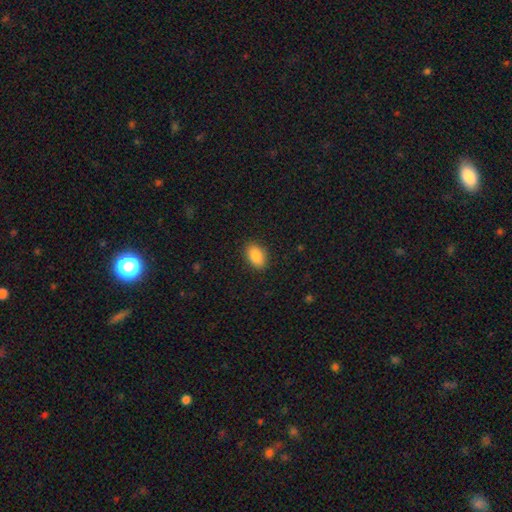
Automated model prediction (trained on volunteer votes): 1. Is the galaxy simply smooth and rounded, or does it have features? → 87% smooth, 7% star or artifact, 6% featured or disk.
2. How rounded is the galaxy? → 89% in between, 9% round, 2% cigar-shaped.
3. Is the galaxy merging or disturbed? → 88% none, 9% minor disturbance, 2% major disturbance, 1% merger.